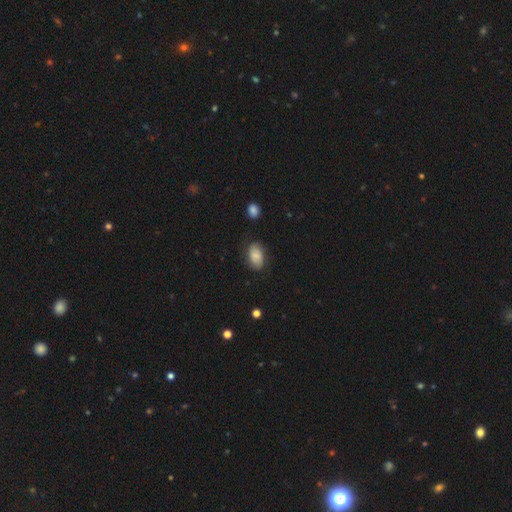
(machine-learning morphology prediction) smooth_or_featured: smooth (p=0.77) [alt: featured or disk p=0.15]
how_rounded: in between (p=0.90) [alt: round p=0.09]
merging: none (p=0.73) [alt: minor disturbance p=0.20]